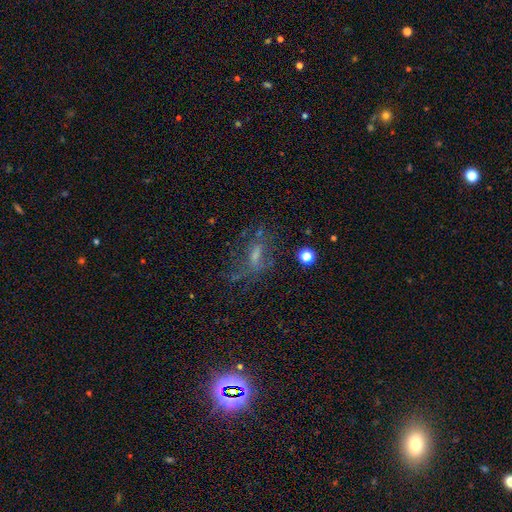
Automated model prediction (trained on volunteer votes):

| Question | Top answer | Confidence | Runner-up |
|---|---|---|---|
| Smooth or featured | featured or disk | 44% | smooth (32%) |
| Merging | none | 49% | major disturbance (28%) |